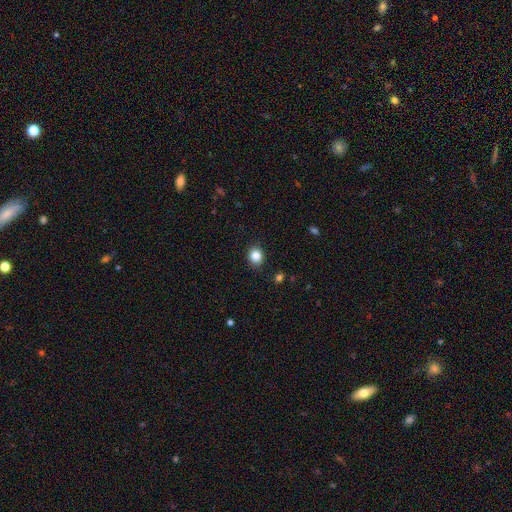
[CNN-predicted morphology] type=smooth (85%); roundness=round (74%); merging=none (90%).